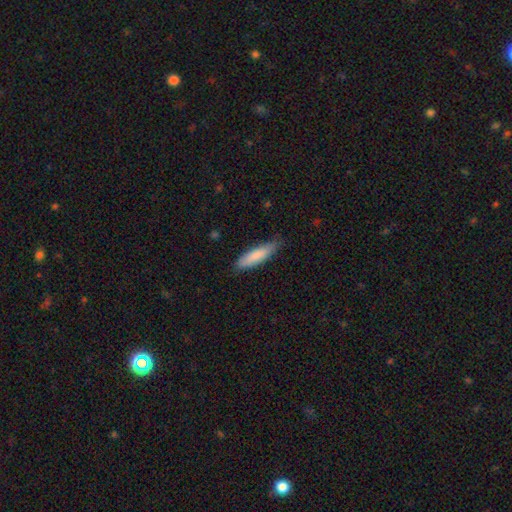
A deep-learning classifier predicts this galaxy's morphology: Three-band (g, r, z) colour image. It shows a smooth galaxy with no disk features (83%) that is cigar-shaped (70%). Merging: none (79%).